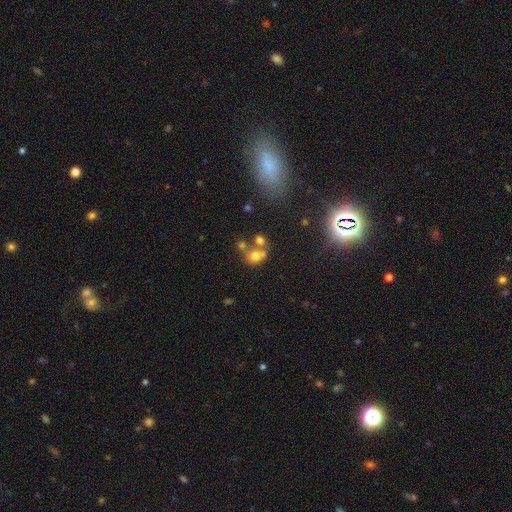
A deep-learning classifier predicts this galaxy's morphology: Smooth or featured: smooth — 66% (featured or disk — 17%)
How rounded: round — 62% (in between — 37%)
Merging: merger — 46% (none — 36%)